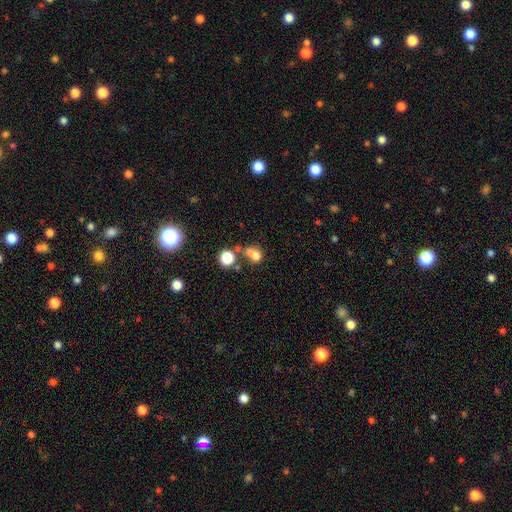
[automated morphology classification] The model was most divided on "merging": merger: 40%, none: 35%, minor disturbance: 14%, major disturbance: 12%. More confident: smooth or featured — smooth (72%); how rounded — round (67%).